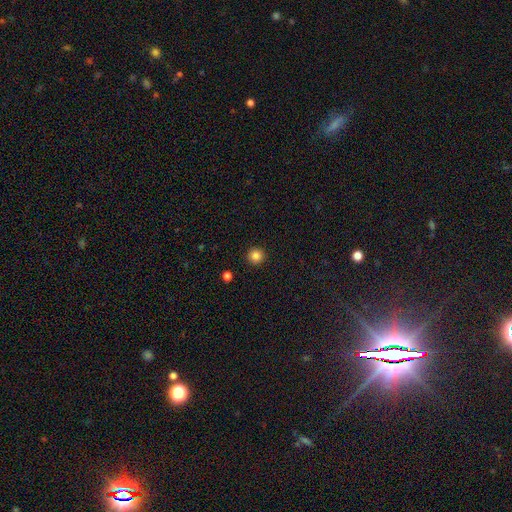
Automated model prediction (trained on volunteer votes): smooth_or_featured: smooth (p=0.84) [alt: star or artifact p=0.12]
how_rounded: round (p=0.96) [alt: in between p=0.03]
merging: none (p=0.93) [alt: minor disturbance p=0.04]